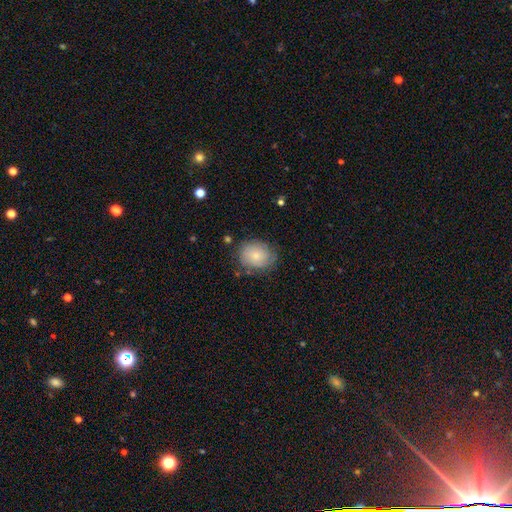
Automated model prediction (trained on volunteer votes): This appears to be a smooth galaxy with no disk features (72%) that is round (54%). Merging: none (72%).